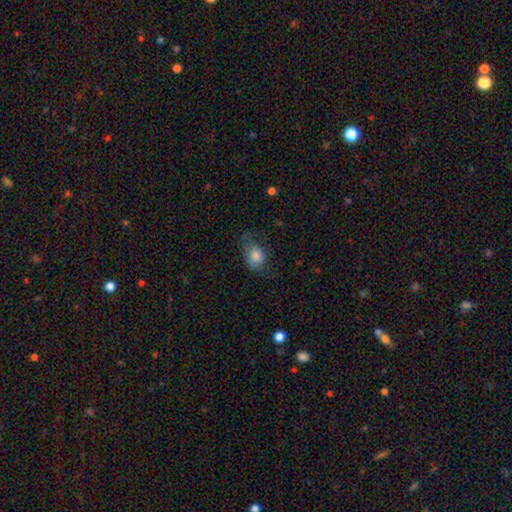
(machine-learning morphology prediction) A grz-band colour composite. It shows a smooth galaxy with no disk features (78%) that is in between round and cigar-shaped (69%). Merging: none (49%).